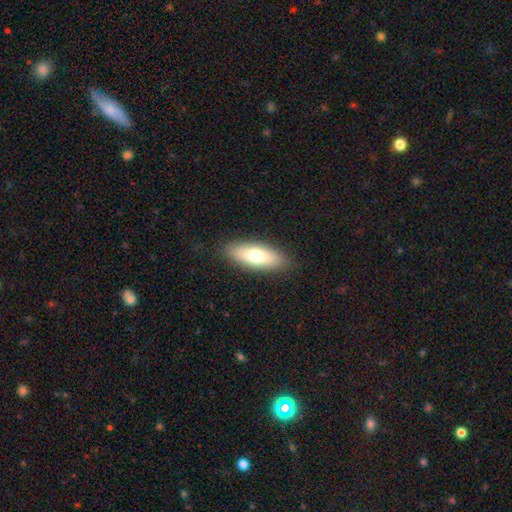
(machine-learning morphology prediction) Smooth or featured: smooth — 72% (featured or disk — 21%)
How rounded: in between — 61% (cigar-shaped — 36%)
Merging: none — 88% (minor disturbance — 9%)